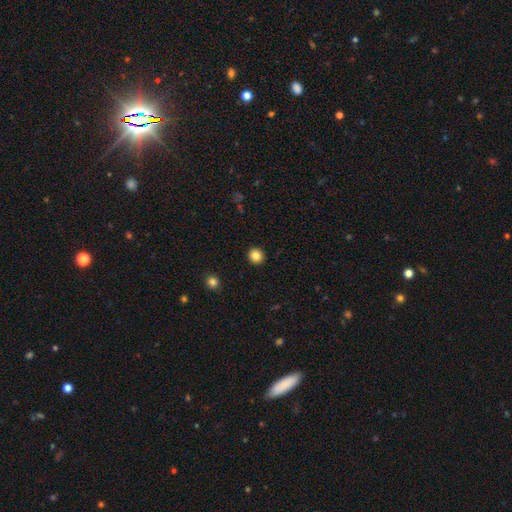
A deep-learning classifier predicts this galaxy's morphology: This is clearly a smooth galaxy (85%). How rounded: clearly round (91%). Merging: clearly none (93%).